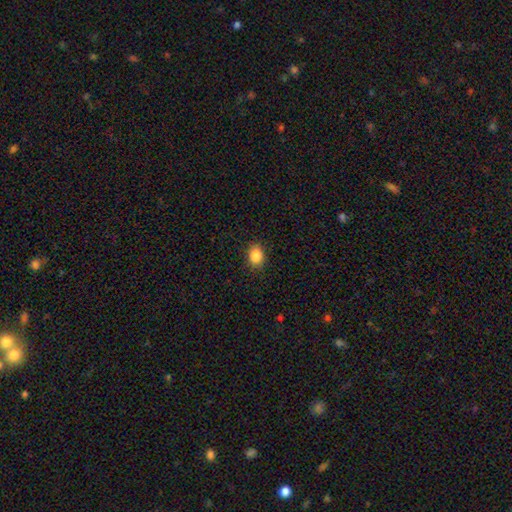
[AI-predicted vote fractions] Smooth or featured: smooth — 86% (star or artifact — 10%)
How rounded: in between — 55% (round — 44%)
Merging: none — 88% (minor disturbance — 9%)